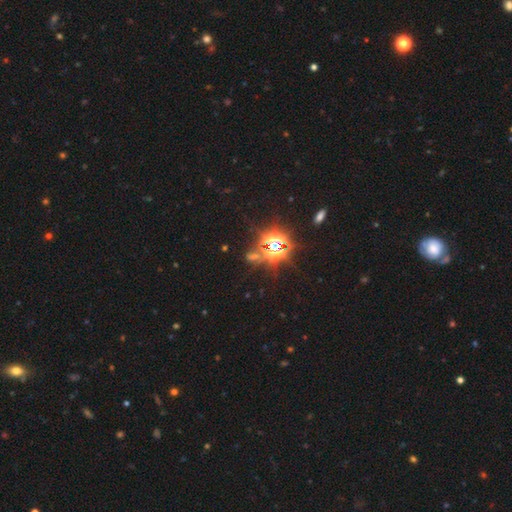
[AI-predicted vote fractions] Smooth or featured: star or artifact — 79% (smooth — 13%)